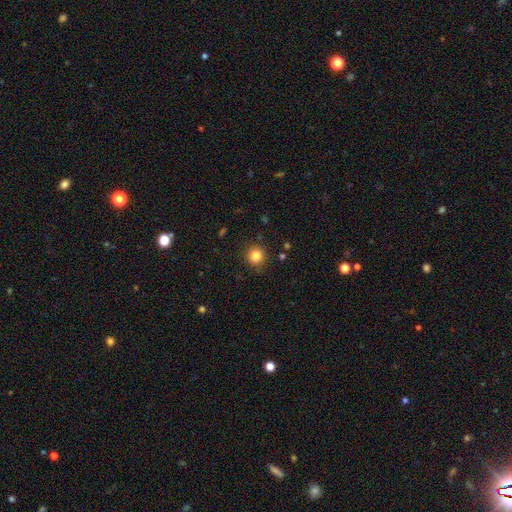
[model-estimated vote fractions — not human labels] Smooth or featured? Predicted: smooth (p=0.85). How rounded? Predicted: round (p=0.91). Merging? Predicted: none (p=0.88).